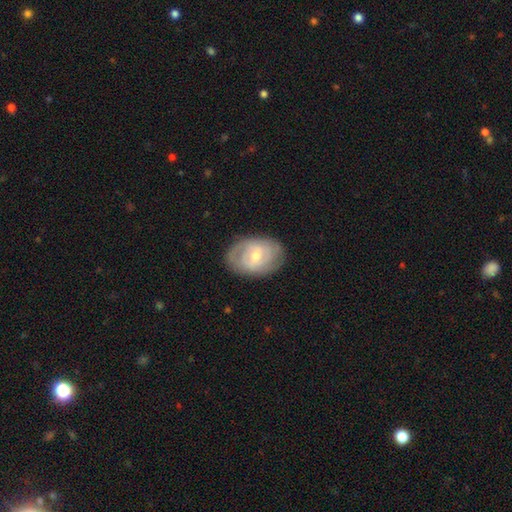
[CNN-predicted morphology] Smooth or featured?
  - featured or disk: 64% *
  - smooth: 30%
  - star or artifact: 6%
Edge-on disk?
  - no: 95% *
  - yes: 5%
Bar?
  - weak: 46% *
  - no: 43%
  - strong: 12%
Spiral arms?
  - yes: 74% *
  - no: 26%
Bulge size?
  - moderate: 54% *
  - small: 42%
  - large: 2%
  - none: 1%
  - dominant: 1%
Merging?
  - none: 77% *
  - minor disturbance: 17%
  - major disturbance: 5%
  - merger: 1%